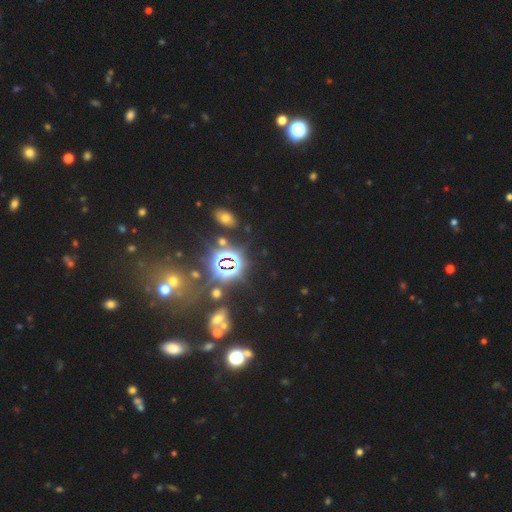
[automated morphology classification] A star or artifact, not a galaxy (79%).